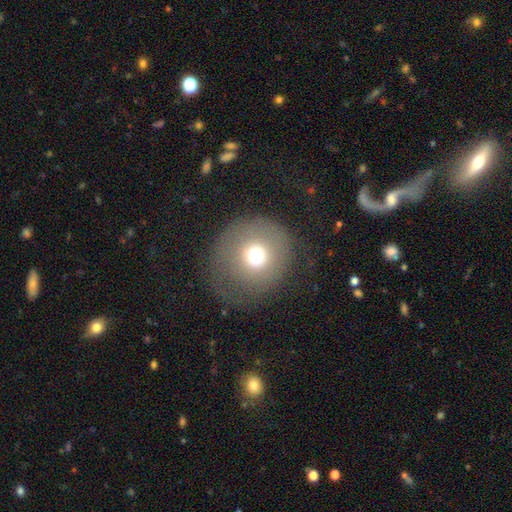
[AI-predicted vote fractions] This is likely a smooth galaxy (66%). How rounded: clearly round (92%). Merging: likely none (67%).